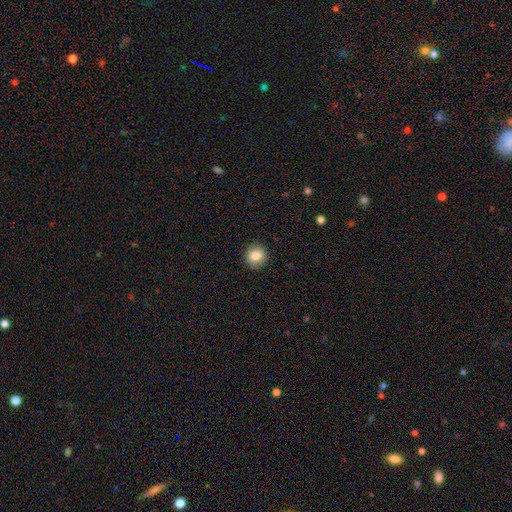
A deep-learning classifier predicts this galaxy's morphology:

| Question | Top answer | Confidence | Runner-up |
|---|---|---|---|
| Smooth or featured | smooth | 82% | featured or disk (9%) |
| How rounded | round | 87% | in between (12%) |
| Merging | none | 91% | minor disturbance (6%) |